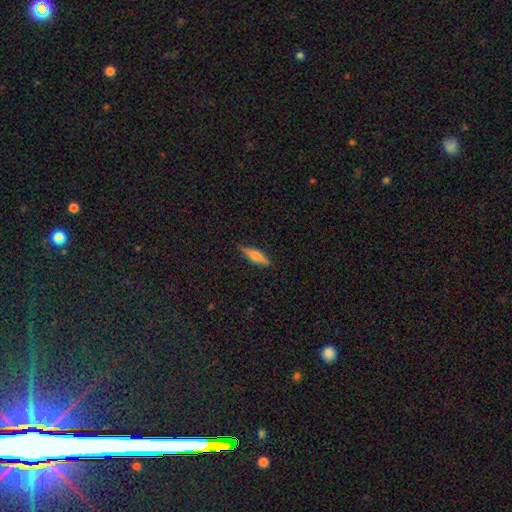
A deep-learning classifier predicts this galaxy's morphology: The model was most divided on "how rounded": cigar-shaped: 66%, in between: 32%, round: 2%. More confident: merging — none (85%); smooth or featured — smooth (64%).